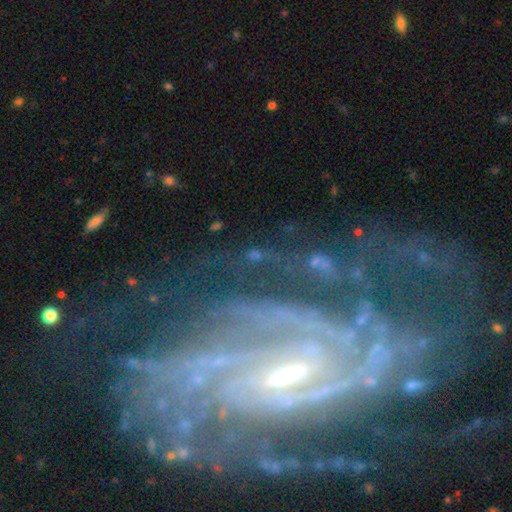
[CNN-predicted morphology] The model was most divided on "bar": strong: 35%, weak: 32%, no: 32%. Remaining: edge-on disk — no (88%); spiral arms — yes (88%); merging — none (63%); smooth or featured — featured or disk (60%); bulge size — small (46%).